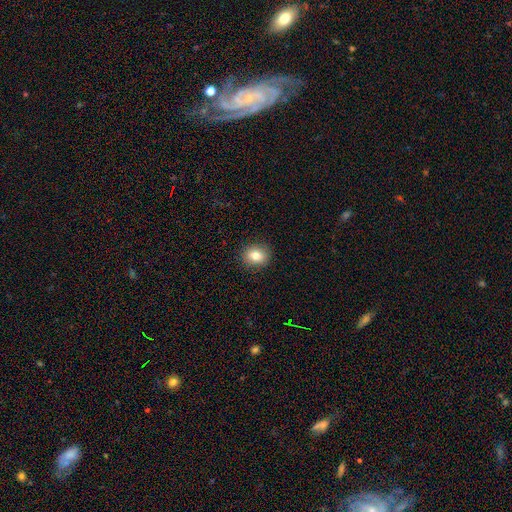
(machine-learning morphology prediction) type=smooth (80%); roundness=round (71%); merging=none (90%).